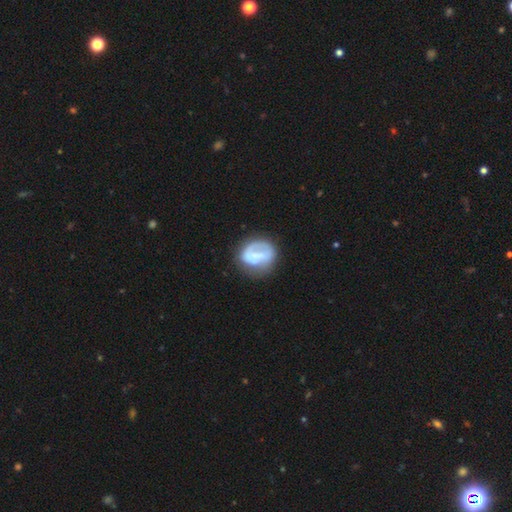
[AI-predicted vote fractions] Smooth or featured: featured or disk — 47% (smooth — 46%)
Merging: none — 50% (minor disturbance — 26%)